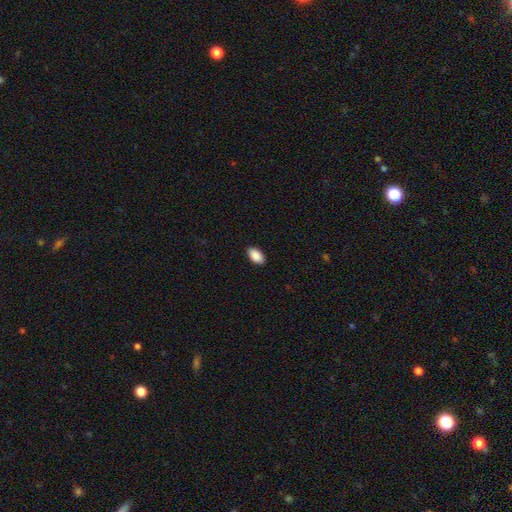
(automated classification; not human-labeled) Morphology: type=smooth (90%); roundness=in between (95%); merging=none (90%).